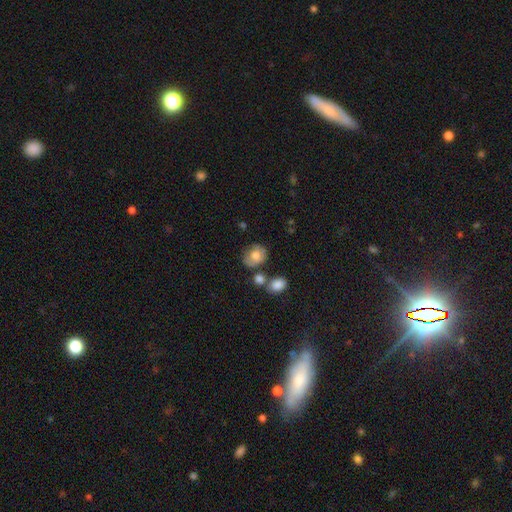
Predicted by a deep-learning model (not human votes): Overall: smooth (70%). How rounded: round (51%; in between 48%). Merging: none (56%; minor disturbance 22%).